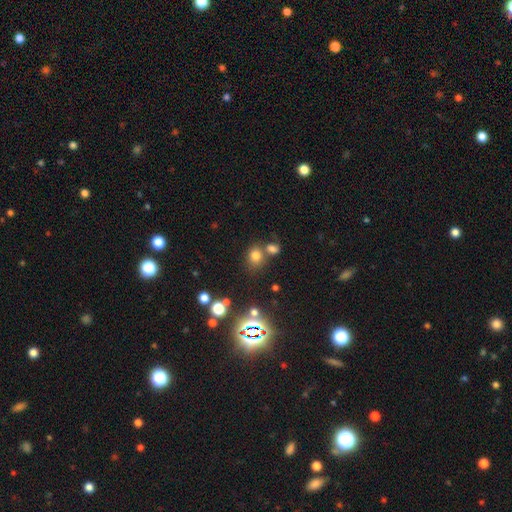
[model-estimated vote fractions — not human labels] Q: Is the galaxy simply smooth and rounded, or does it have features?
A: smooth — 71%.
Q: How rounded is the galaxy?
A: round — 61%.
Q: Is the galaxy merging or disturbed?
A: none — 59%.